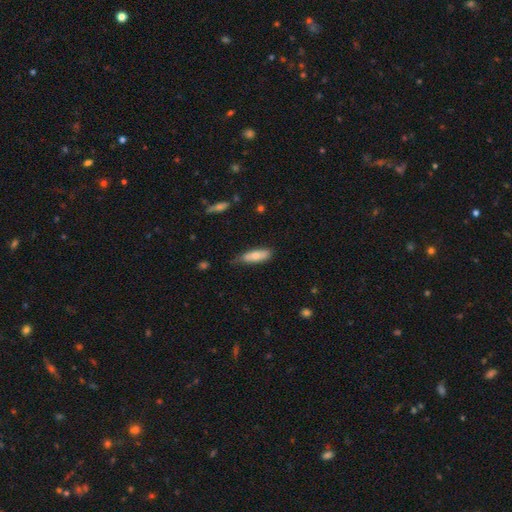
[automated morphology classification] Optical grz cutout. It shows a smooth galaxy with no disk features (69%) that is in between round and cigar-shaped (53%). Merging: none (65%).